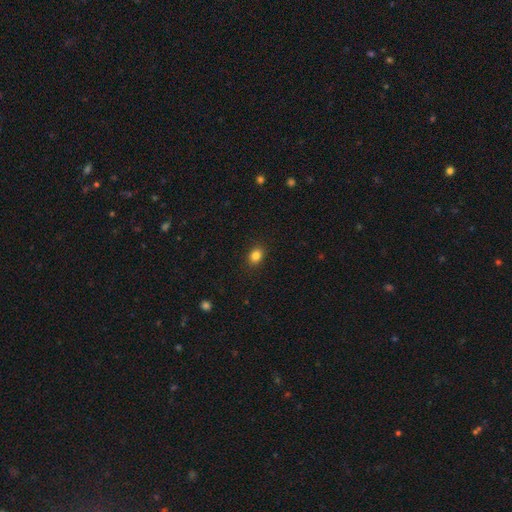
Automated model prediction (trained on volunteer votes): Overall: smooth (85%). How rounded: in between (61%; round 38%). Merging: none (89%).